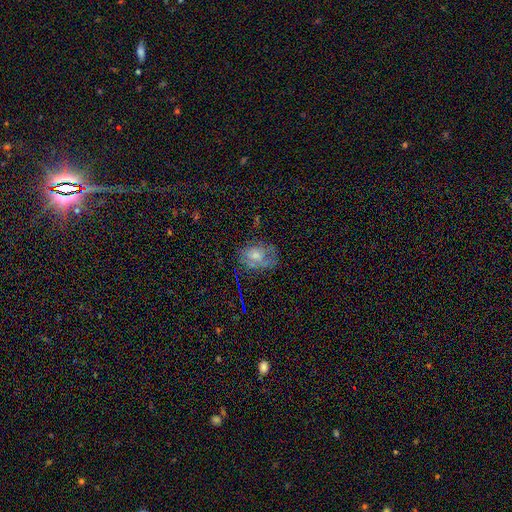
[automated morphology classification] Smooth or featured: smooth — 51% (featured or disk — 29%)
How rounded: in between — 70% (round — 28%)
Merging: none — 50% (minor disturbance — 27%)